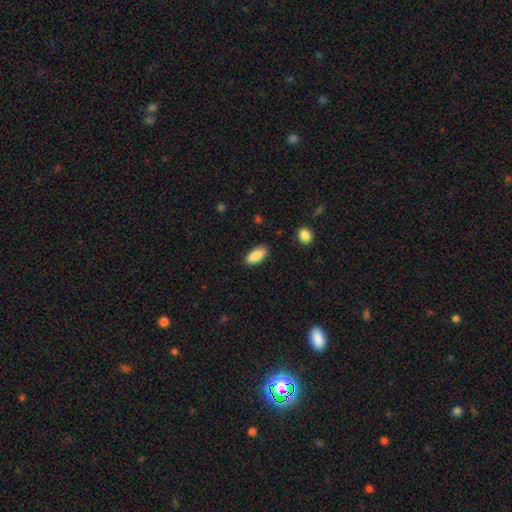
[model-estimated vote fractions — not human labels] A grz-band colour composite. It shows a smooth galaxy with no disk features (88%) that is in between round and cigar-shaped (85%). Merging: none (86%).